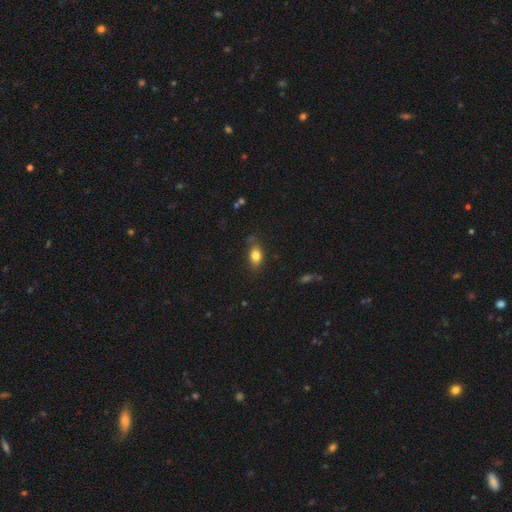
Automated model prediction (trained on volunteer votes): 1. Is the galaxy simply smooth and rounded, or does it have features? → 81% smooth, 10% featured or disk, 9% star or artifact.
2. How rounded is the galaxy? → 81% in between, 15% round, 3% cigar-shaped.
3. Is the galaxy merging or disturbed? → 73% none, 20% minor disturbance, 5% major disturbance, 2% merger.